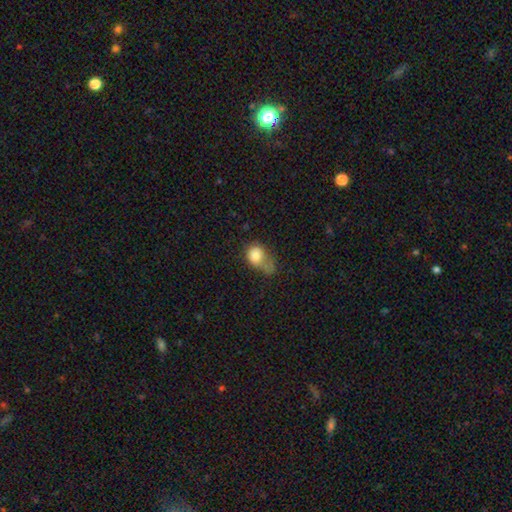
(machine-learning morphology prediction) Smooth or featured? smooth (79%)
How rounded? round (51%)
Merging? major disturbance (38%)